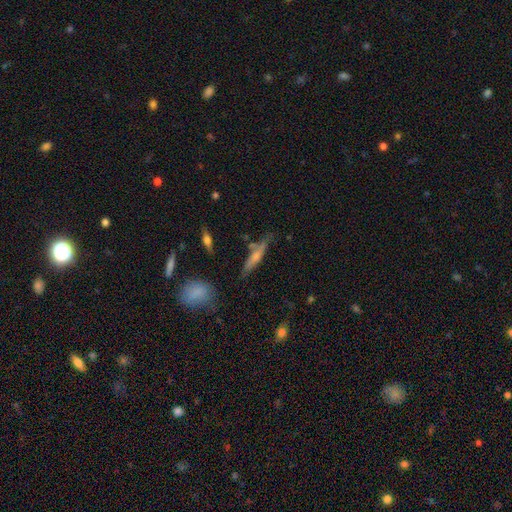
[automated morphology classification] Overall: smooth (53%; featured or disk 40%). How rounded: cigar-shaped (83%). Merging: none (68%).